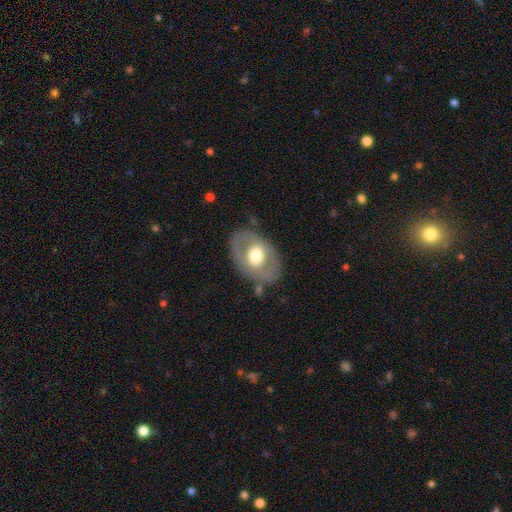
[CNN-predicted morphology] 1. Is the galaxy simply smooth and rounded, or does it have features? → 51% featured or disk, 43% smooth, 6% star or artifact.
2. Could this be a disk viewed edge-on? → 91% no, 9% yes.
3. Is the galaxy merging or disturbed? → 71% none, 16% minor disturbance, 9% major disturbance, 4% merger.